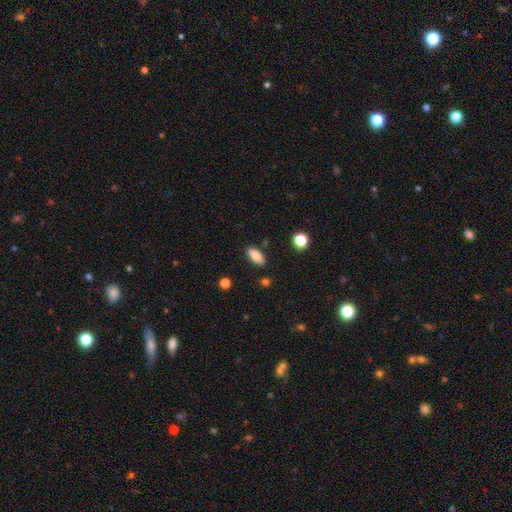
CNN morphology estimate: The model was most divided on "how rounded": in between: 82%, cigar-shaped: 15%, round: 3%. More confident: merging — none (86%); smooth or featured — smooth (84%).